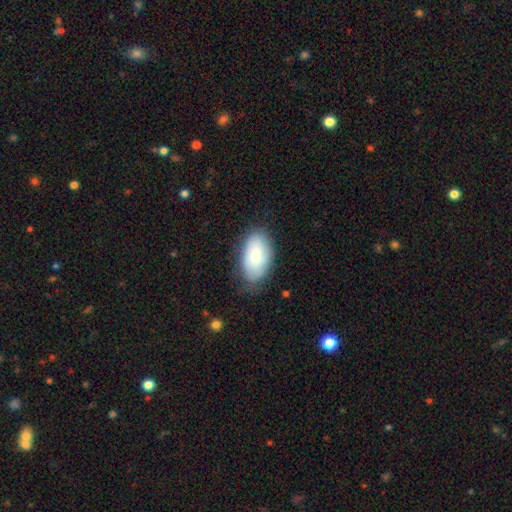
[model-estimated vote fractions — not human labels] This is likely a smooth galaxy (76%). How rounded: clearly in between (94%). Merging: likely none (73%).